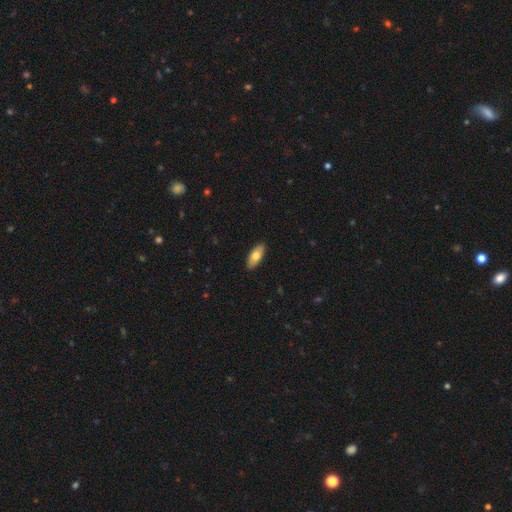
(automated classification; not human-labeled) smooth-or-featured: smooth: 74% | featured or disk: 20% | star or artifact: 6%
  how-rounded: in between: 77% | cigar-shaped: 21% | round: 2%
  merging: none: 90% | minor disturbance: 8% | major disturbance: 2% | merger: 1%